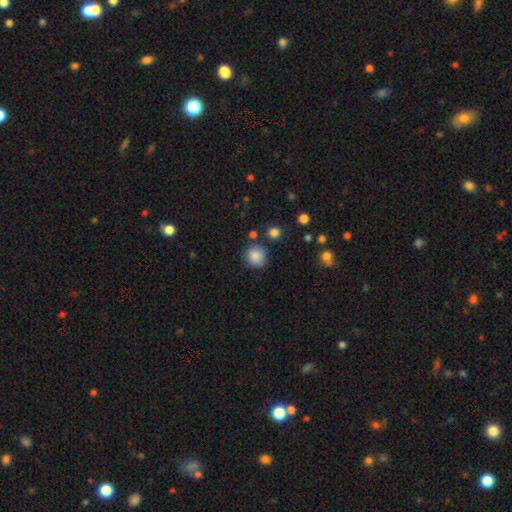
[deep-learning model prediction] Smooth or featured? Predicted: smooth (p=0.86). How rounded? Predicted: round (p=0.92). Merging? Predicted: none (p=0.81).